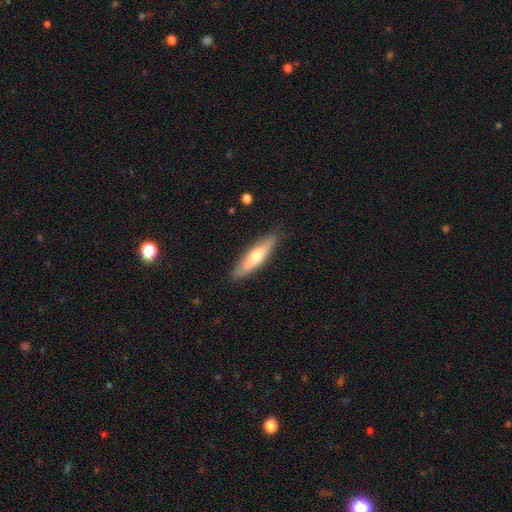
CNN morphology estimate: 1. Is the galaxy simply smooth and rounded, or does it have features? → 52% smooth, 42% featured or disk, 6% star or artifact.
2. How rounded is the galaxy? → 64% cigar-shaped, 34% in between, 2% round.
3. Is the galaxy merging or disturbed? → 72% none, 15% minor disturbance, 10% merger, 3% major disturbance.